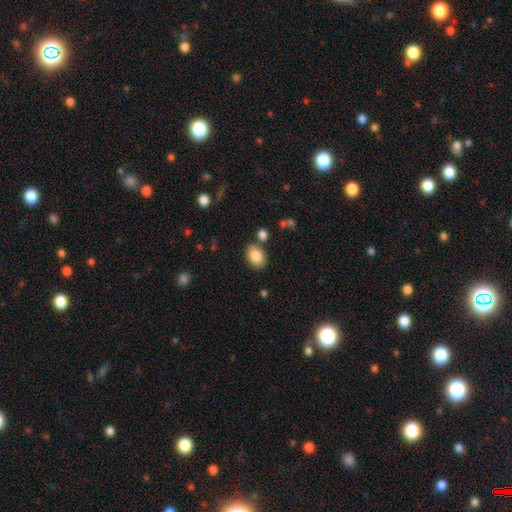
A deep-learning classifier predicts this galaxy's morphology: Q: Smooth or featured?
A: smooth (85%); runner-up: star or artifact (8%)
Q: How rounded?
A: in between (80%); runner-up: round (19%)
Q: Merging?
A: none (81%); runner-up: minor disturbance (10%)